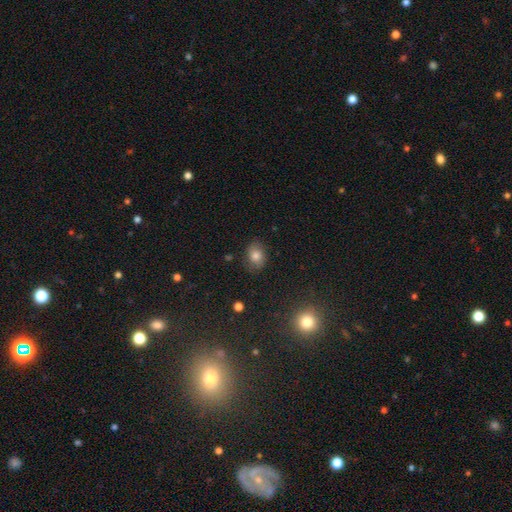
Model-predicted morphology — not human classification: Smooth or featured?
  - smooth: 75% *
  - featured or disk: 12%
  - star or artifact: 12%
How rounded?
  - in between: 62% *
  - round: 37%
  - cigar-shaped: 1%
Merging?
  - none: 78% *
  - minor disturbance: 16%
  - major disturbance: 4%
  - merger: 1%